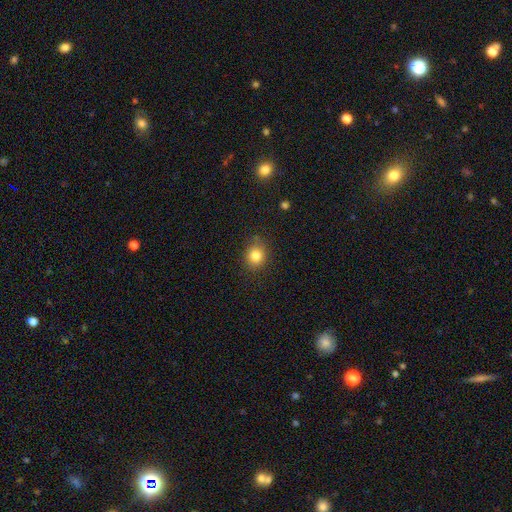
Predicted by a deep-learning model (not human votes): Overall: smooth (82%). How rounded: round (77%). Merging: none (81%).